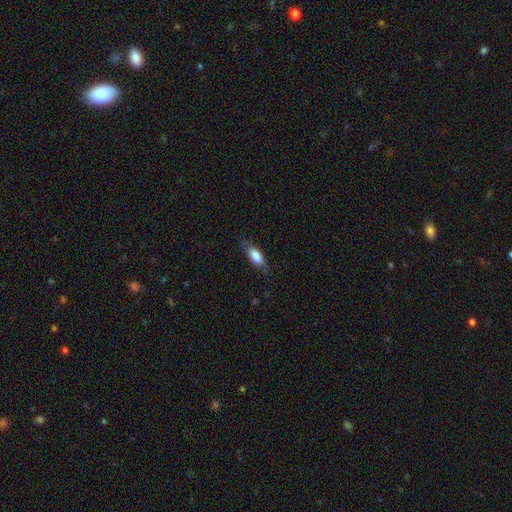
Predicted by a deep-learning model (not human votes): smooth-or-featured: smooth: 77% | featured or disk: 17% | star or artifact: 6%
  how-rounded: in between: 72% | cigar-shaped: 25% | round: 2%
  merging: none: 73% | minor disturbance: 20% | major disturbance: 6% | merger: 1%